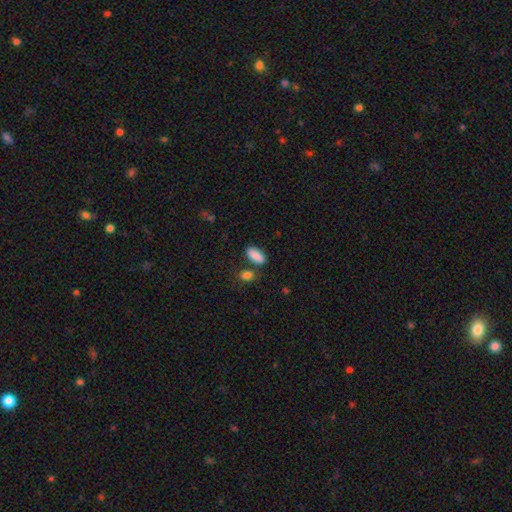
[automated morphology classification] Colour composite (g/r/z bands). It shows a smooth galaxy with no disk features (88%) that is in between round and cigar-shaped (83%). Merging: none (73%).